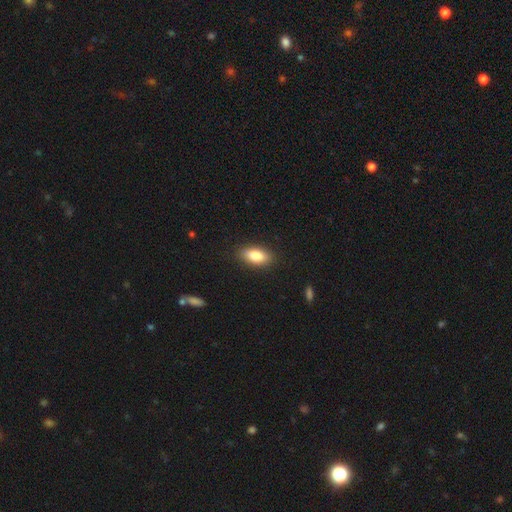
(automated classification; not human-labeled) Q: Smooth or featured?
A: smooth (82%); runner-up: featured or disk (11%)
Q: How rounded?
A: in between (85%); runner-up: cigar-shaped (11%)
Q: Merging?
A: none (87%); runner-up: minor disturbance (9%)